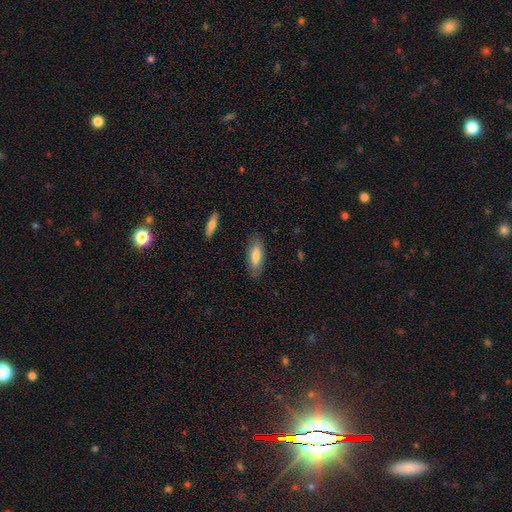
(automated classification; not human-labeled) Smooth or featured? Predicted: smooth (p=0.72). How rounded? Predicted: in between (p=0.65). Merging? Predicted: none (p=0.83).